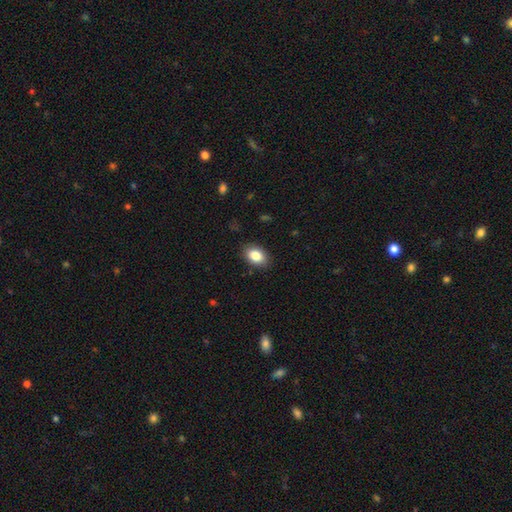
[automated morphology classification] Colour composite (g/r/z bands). It shows a smooth galaxy with no disk features (85%) that is in between round and cigar-shaped (84%). Merging: none (87%).